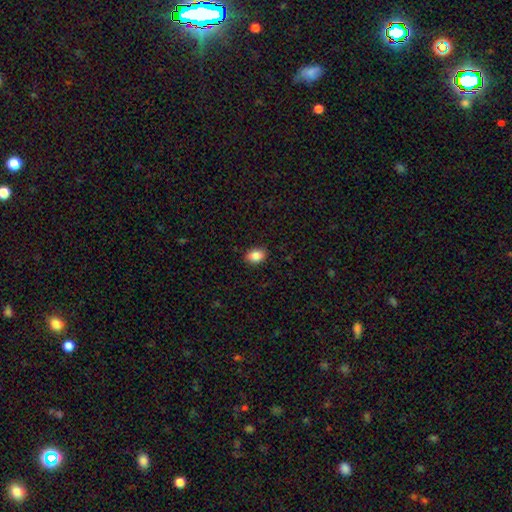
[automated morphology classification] The model was most divided on "how rounded": in between: 76%, round: 22%, cigar-shaped: 1%. More confident: merging — none (89%); smooth or featured — smooth (86%).